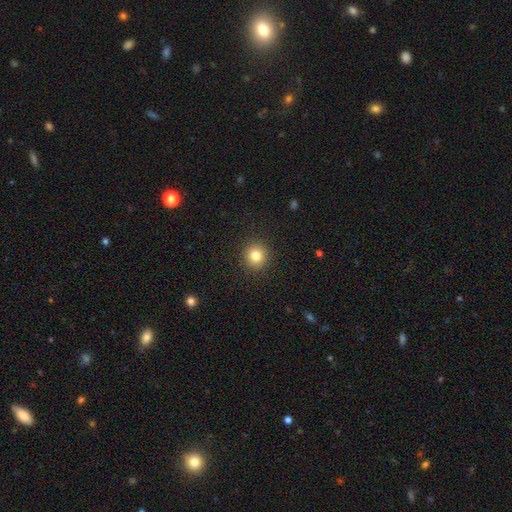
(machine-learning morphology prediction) type=smooth (83%); roundness=round (93%); merging=none (92%).